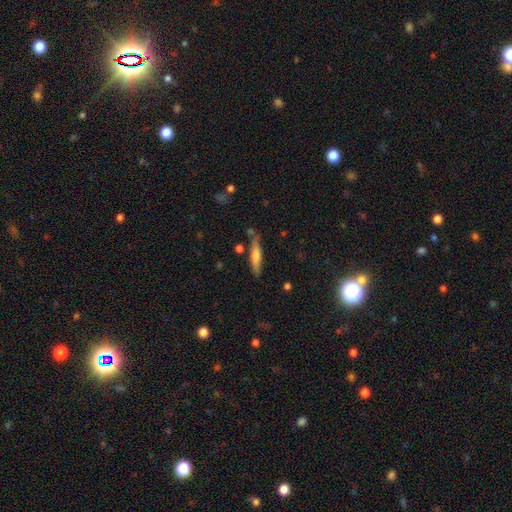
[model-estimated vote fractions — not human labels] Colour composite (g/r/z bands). It shows a smooth galaxy with no disk features (65%) that is cigar-shaped (85%). Merging: none (75%).